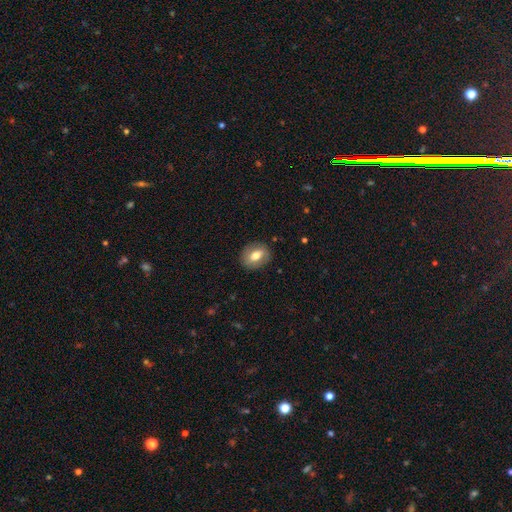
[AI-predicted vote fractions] A smooth galaxy with no disk features (68%) that is in between round and cigar-shaped (55%). Merging: none (86%).